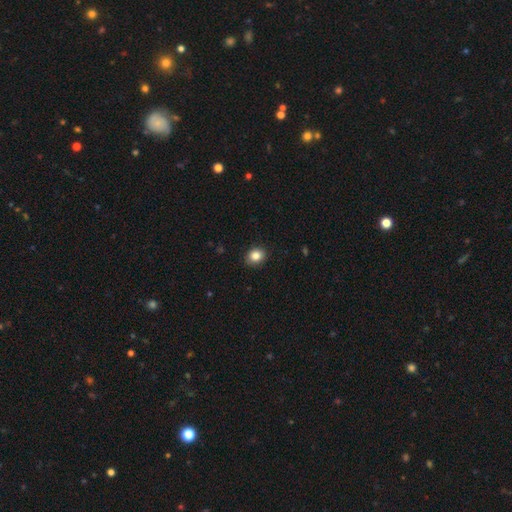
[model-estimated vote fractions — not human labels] smooth-or-featured: smooth: 85% | star or artifact: 10% | featured or disk: 5%
  how-rounded: round: 59% | in between: 40% | cigar-shaped: 1%
  merging: none: 88% | minor disturbance: 9% | major disturbance: 2% | merger: 1%